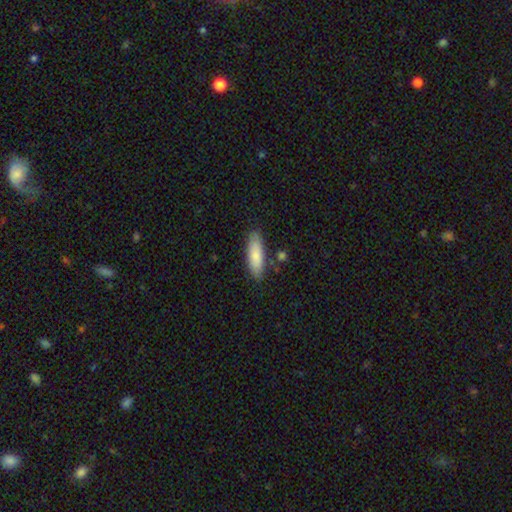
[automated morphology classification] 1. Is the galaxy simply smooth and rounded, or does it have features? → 80% smooth, 14% featured or disk, 6% star or artifact.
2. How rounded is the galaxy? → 56% in between, 42% cigar-shaped, 2% round.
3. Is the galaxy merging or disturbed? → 81% none, 13% minor disturbance, 3% merger, 3% major disturbance.